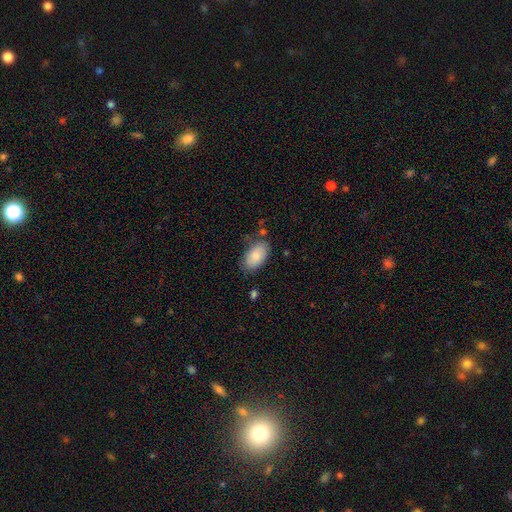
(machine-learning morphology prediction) smooth-or-featured: smooth: 81% | featured or disk: 12% | star or artifact: 6%
  how-rounded: in between: 94% | round: 5% | cigar-shaped: 2%
  merging: none: 72% | minor disturbance: 20% | major disturbance: 5% | merger: 4%